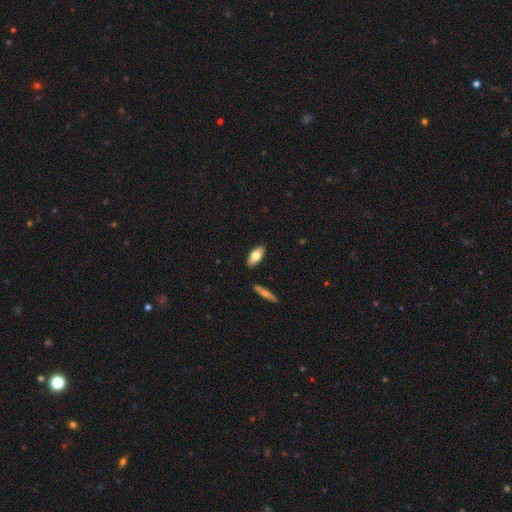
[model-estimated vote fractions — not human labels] A smooth galaxy with no disk features (72%) that is in between round and cigar-shaped (83%).

Vote fractions:
- Smooth or featured? smooth: 72% / featured or disk: 23% / star or artifact: 6%
- How rounded? in between: 83% / cigar-shaped: 14% / round: 2%
- Merging? none: 87% / minor disturbance: 9% / merger: 2% / major disturbance: 2%